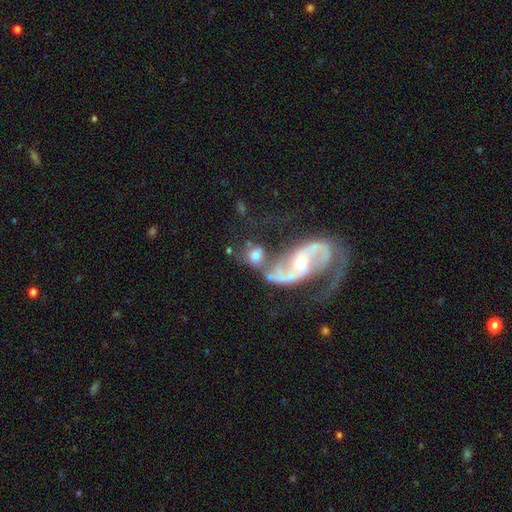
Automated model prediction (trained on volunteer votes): Smooth or featured: featured or disk — 52% (smooth — 38%)
Edge-on disk: no — 94% (yes — 6%)
Merging: merger — 42% (none — 31%)